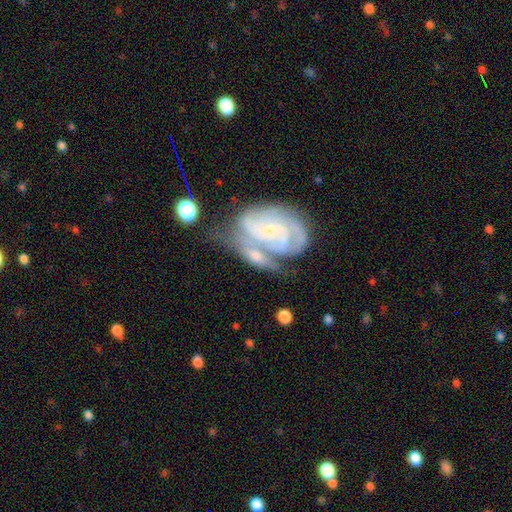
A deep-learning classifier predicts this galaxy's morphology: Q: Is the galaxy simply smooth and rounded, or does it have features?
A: featured or disk — 72%.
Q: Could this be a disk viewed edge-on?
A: no — 94%.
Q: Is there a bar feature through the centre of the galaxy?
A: no — 69%.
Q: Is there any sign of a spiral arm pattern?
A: yes — 84%.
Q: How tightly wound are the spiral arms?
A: tight — 59%.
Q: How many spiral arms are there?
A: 2 — 39%.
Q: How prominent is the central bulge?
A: small — 72%.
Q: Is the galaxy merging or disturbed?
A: merger — 46%.